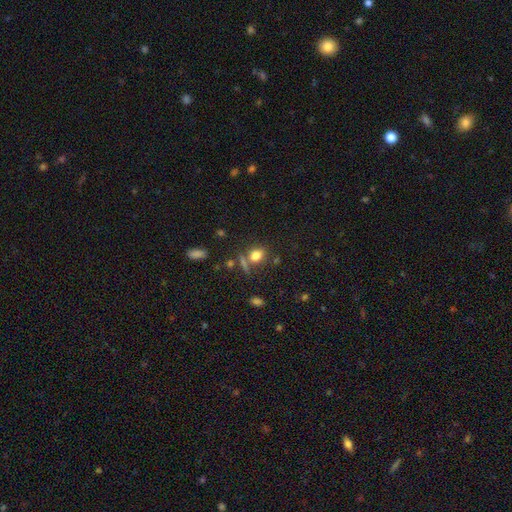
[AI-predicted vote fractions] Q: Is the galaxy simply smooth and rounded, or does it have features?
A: smooth — 77%.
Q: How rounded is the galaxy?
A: in between — 62%.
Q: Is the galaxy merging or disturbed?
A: none — 64%.